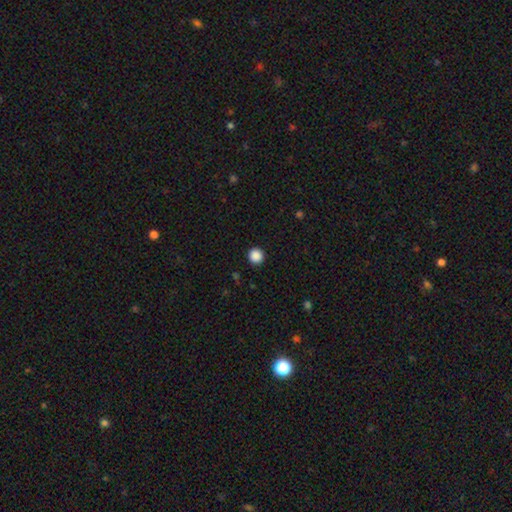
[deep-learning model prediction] A smooth galaxy with no disk features (88%) that is round (95%).

Vote fractions:
- Smooth or featured? smooth: 88% / star or artifact: 10% / featured or disk: 2%
- How rounded? round: 95% / in between: 4% / cigar-shaped: 1%
- Merging? none: 93% / minor disturbance: 5% / major disturbance: 2% / merger: 1%